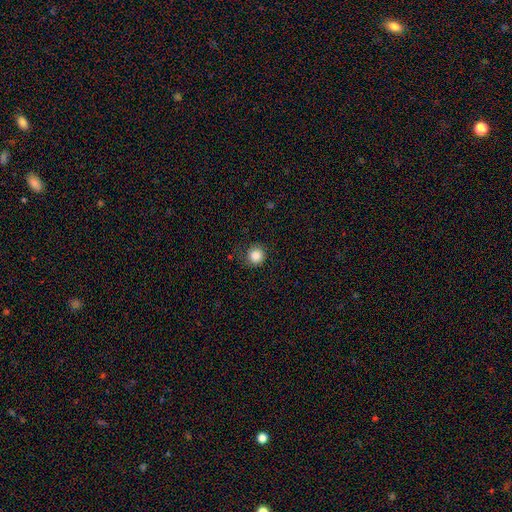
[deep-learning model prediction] A smooth galaxy with no disk features (86%) that is round (94%). Merging: none (83%).